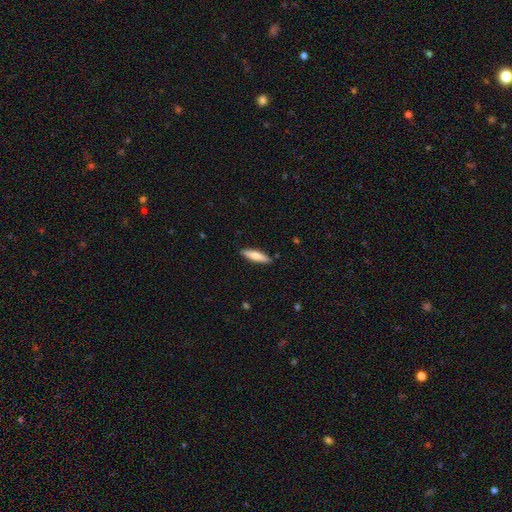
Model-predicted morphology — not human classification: Overall: smooth (75%). How rounded: cigar-shaped (70%). Merging: none (89%).